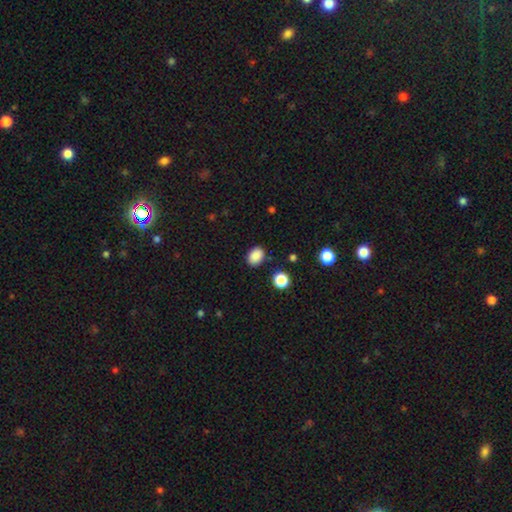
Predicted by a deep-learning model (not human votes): The model was most divided on "how rounded": in between: 70%, round: 29%, cigar-shaped: 1%. More confident: smooth or featured — smooth (86%); merging — none (84%).